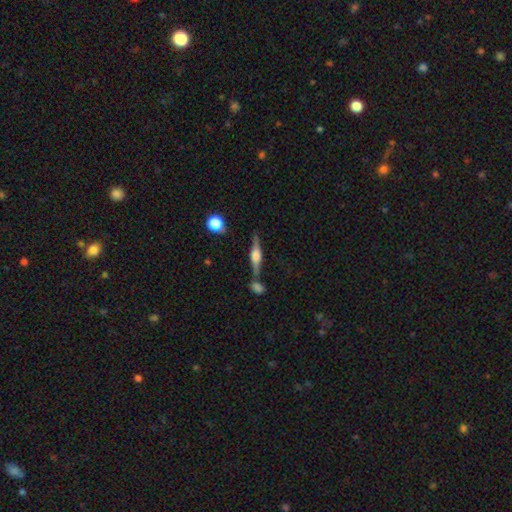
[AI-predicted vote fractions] featured or disk 71%, smooth 23%, star or artifact 7%. Down the decision tree: edge-on disk — yes (96%); edge-on bulge — rounded (83%); merging — none (71%).